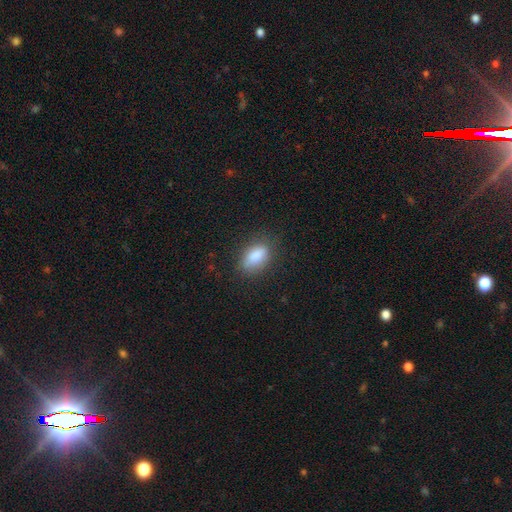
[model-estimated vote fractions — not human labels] smooth_or_featured: smooth (p=0.84) [alt: star or artifact p=0.08]
how_rounded: in between (p=0.87) [alt: round p=0.07]
merging: none (p=0.75) [alt: minor disturbance p=0.18]